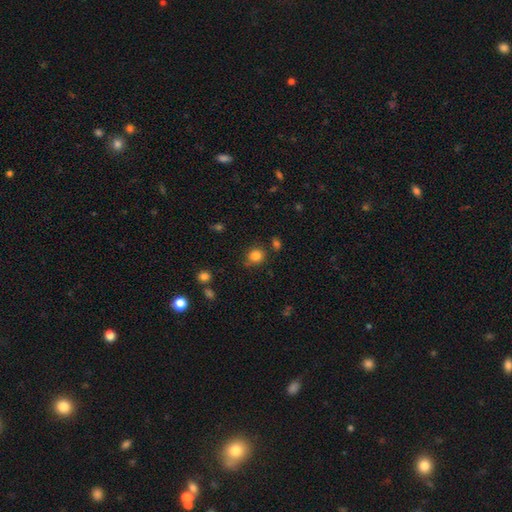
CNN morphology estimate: Smooth or featured? Predicted: smooth (p=0.83). How rounded? Predicted: round (p=0.81). Merging? Predicted: none (p=0.79).